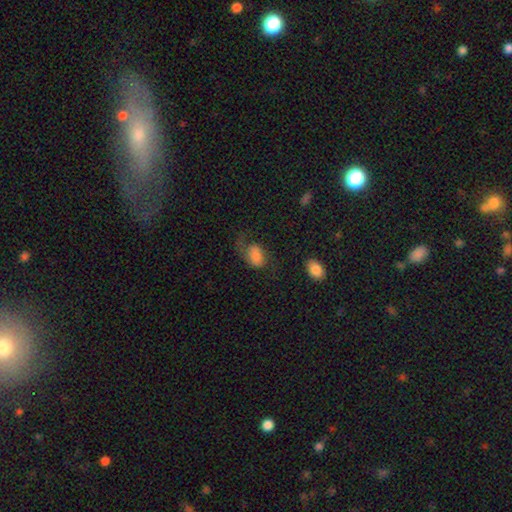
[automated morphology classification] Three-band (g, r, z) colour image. It shows a smooth galaxy with no disk features (66%) that is in between round and cigar-shaped (83%). Merging: major disturbance (39%).